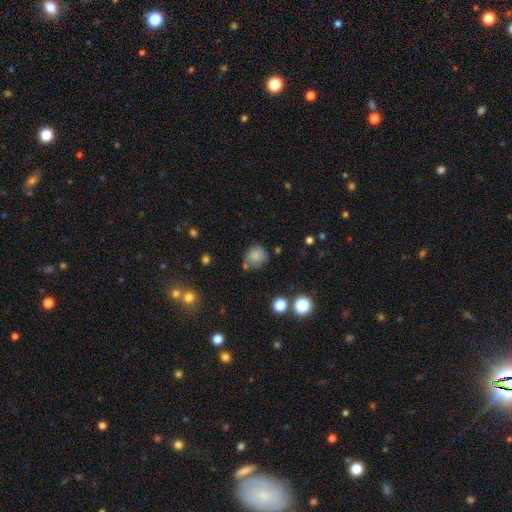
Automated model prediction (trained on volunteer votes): The model was most divided on "merging": none: 59%, minor disturbance: 25%, merger: 8%, major disturbance: 7%. More confident: smooth or featured — smooth (79%); how rounded — round (71%).